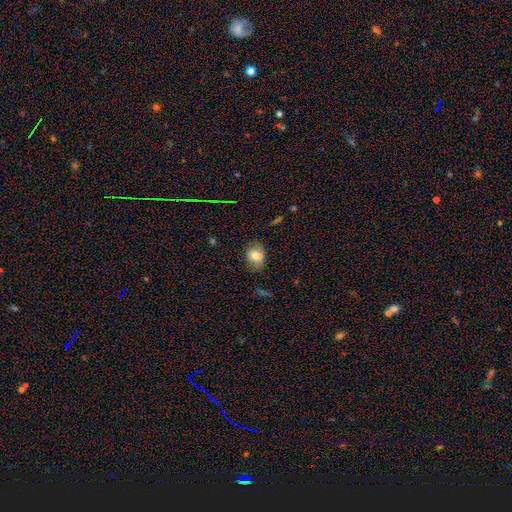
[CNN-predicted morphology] Q: Smooth or featured?
A: smooth (72%); runner-up: featured or disk (17%)
Q: How rounded?
A: in between (66%); runner-up: round (32%)
Q: Merging?
A: none (76%); runner-up: minor disturbance (17%)